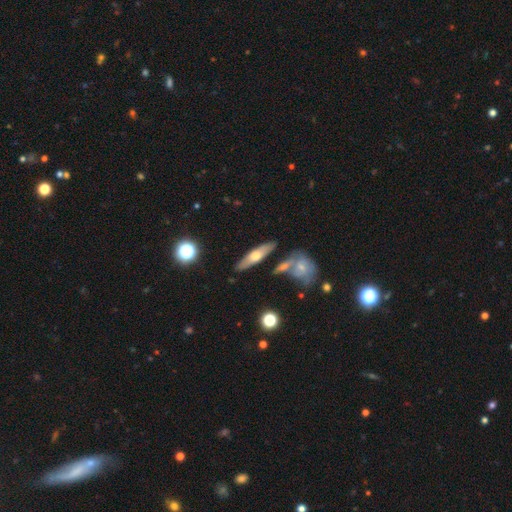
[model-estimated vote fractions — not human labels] This appears to be a smooth galaxy with no disk features (50%). Merging: none (78%).